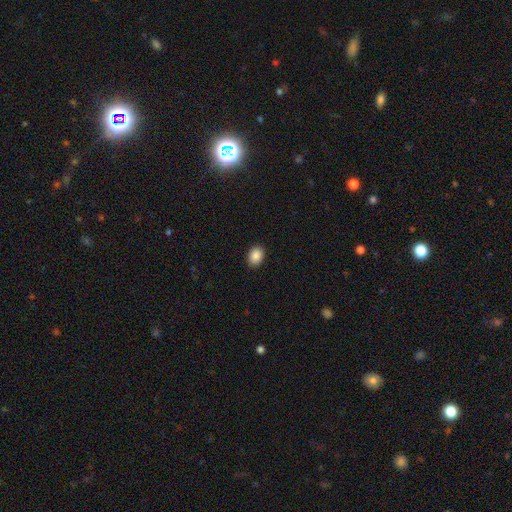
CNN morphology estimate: Smooth or featured? smooth (88%)
How rounded? in between (69%)
Merging? none (90%)